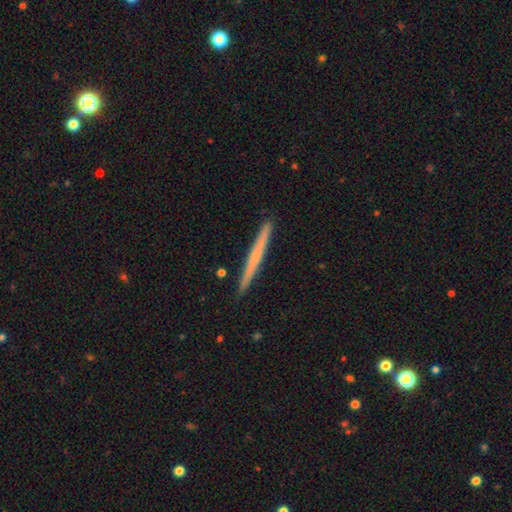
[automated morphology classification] A smooth galaxy with no disk features (50%).

Vote fractions:
- Smooth or featured? smooth: 50% / featured or disk: 45% / star or artifact: 5%
- Merging? none: 93% / minor disturbance: 5% / merger: 1% / major disturbance: 1%